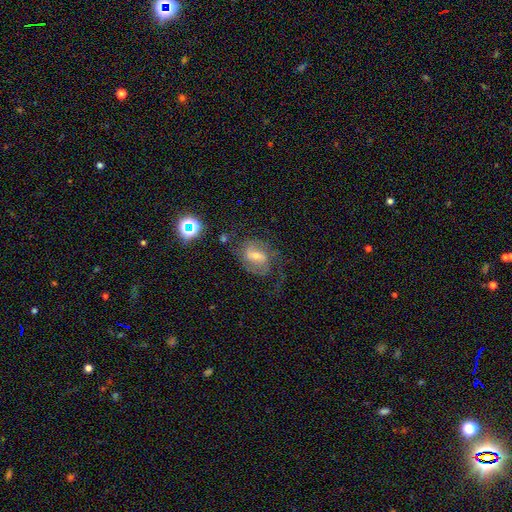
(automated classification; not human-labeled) Smooth or featured: featured or disk — 71% (smooth — 19%)
Edge-on disk: no — 96% (yes — 4%)
Bar: weak — 52% (strong — 29%)
Spiral arms: yes — 88% (no — 12%)
Spiral winding: medium — 47% (loose — 32%)
Spiral arm count: 2 — 63% (can't tell — 16%)
Bulge size: moderate — 47% (small — 41%)
Merging: none — 49% (major disturbance — 28%)